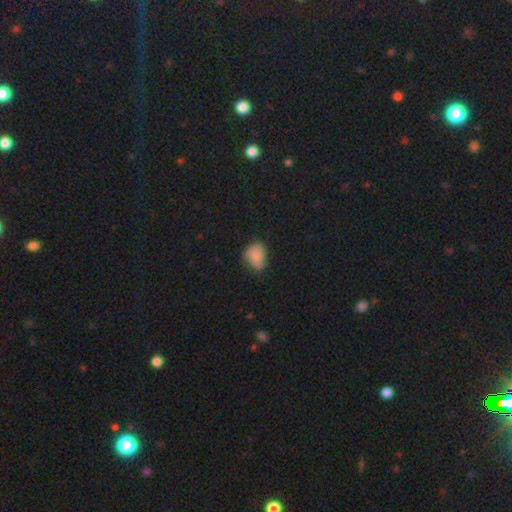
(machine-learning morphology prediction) type=smooth (75%); roundness=in between (65%); merging=none (54%).